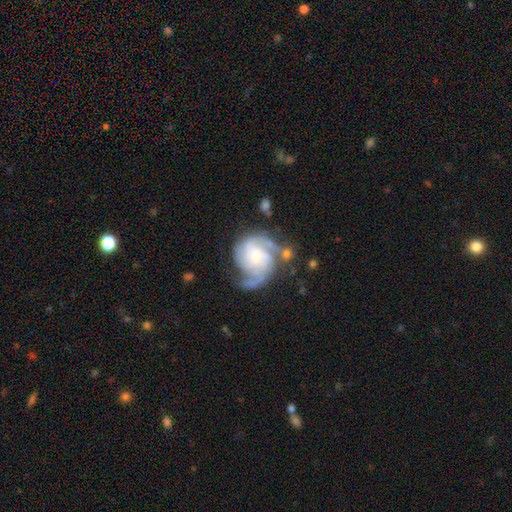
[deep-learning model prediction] smooth-or-featured: featured or disk: 87% | smooth: 8% | star or artifact: 5%
  disk-edge-on: no: 98% | yes: 2%
    bar: no: 61% | weak: 31% | strong: 7%
    has-spiral-arms: yes: 97% | no: 3%
      spiral-winding: tight: 46% | medium: 42% | loose: 12%
      spiral-arm-count: 2: 39% | 3: 30% | can't tell: 15% | 4: 6% | 1: 6% | more than 4: 4%
    bulge-size: small: 56% | moderate: 31% | none: 7% | large: 5% | dominant: 1%
  merging: none: 53% | minor disturbance: 23% | major disturbance: 17% | merger: 7%